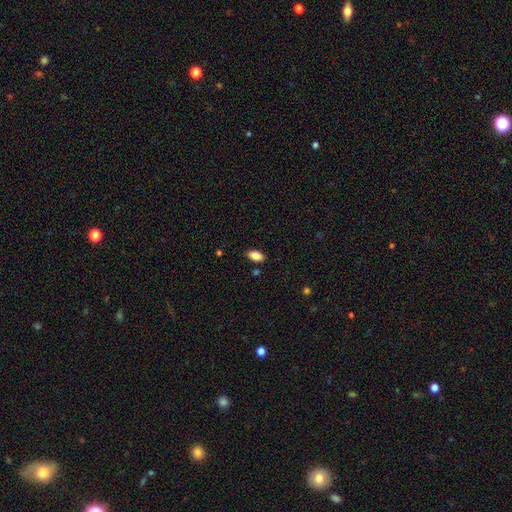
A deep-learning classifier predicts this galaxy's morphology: Smooth or featured: smooth — 87% (star or artifact — 8%)
How rounded: in between — 93% (round — 4%)
Merging: none — 85% (minor disturbance — 11%)